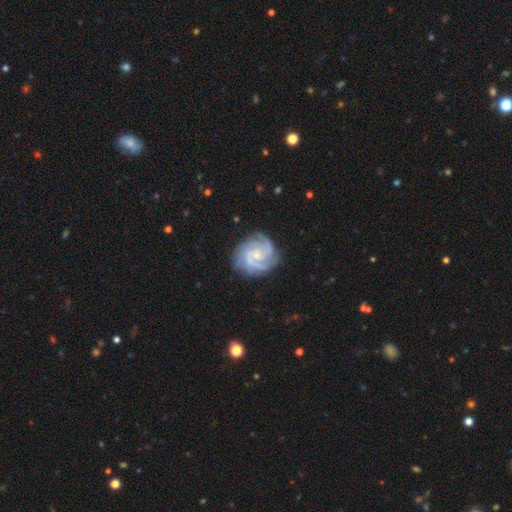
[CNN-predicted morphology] A featured or disk galaxy (89%) with no bar (63%), 3 (48%) tight (60%) spiral arms (98%) and a small central bulge (69%).

Vote fractions:
- Smooth or featured? featured or disk: 89% / smooth: 6% / star or artifact: 5%
- Edge-on disk? no: 98% / yes: 2%
- Bar? no: 63% / weak: 32% / strong: 5%
- Spiral arms? yes: 98% / no: 2%
- Spiral winding? tight: 60% / medium: 35% / loose: 5%
- Spiral arm count? 3: 48% / 2: 20% / 4: 11% / can't tell: 11% / more than 4: 5% / 1: 5%
- Bulge size? small: 69% / moderate: 23% / none: 6% / large: 1% / dominant: 1%
- Merging? none: 77% / minor disturbance: 16% / major disturbance: 5% / merger: 1%